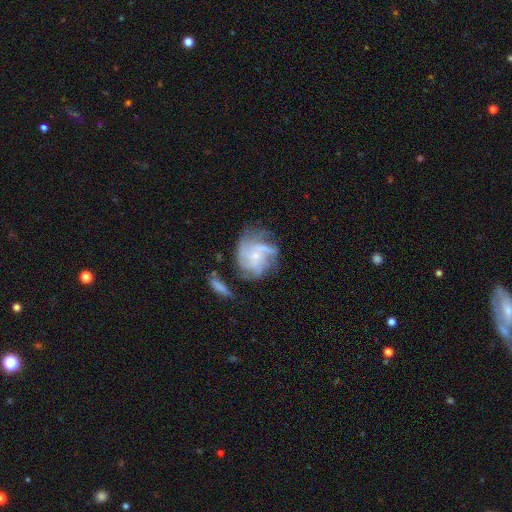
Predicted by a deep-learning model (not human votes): Smooth or featured? featured or disk (79%)
Edge-on disk? no (98%)
Bar? no (76%)
Spiral arms? yes (91%)
Spiral winding? tight (42%)
Spiral arm count? 4 (30%)
Bulge size? small (77%)
Merging? none (55%)